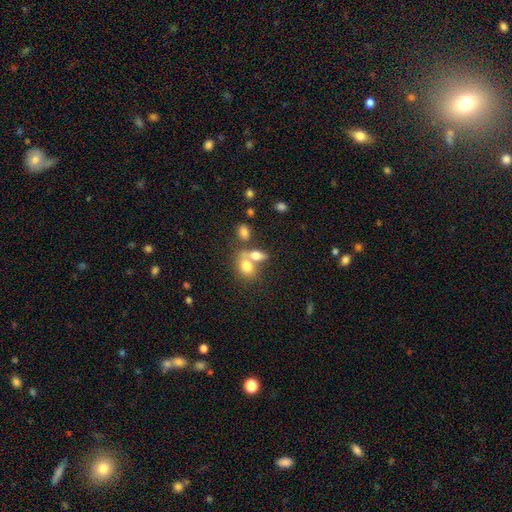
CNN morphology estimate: Q: Smooth or featured?
A: smooth (71%); runner-up: featured or disk (19%)
Q: How rounded?
A: in between (73%); runner-up: round (22%)
Q: Merging?
A: merger (55%); runner-up: none (31%)